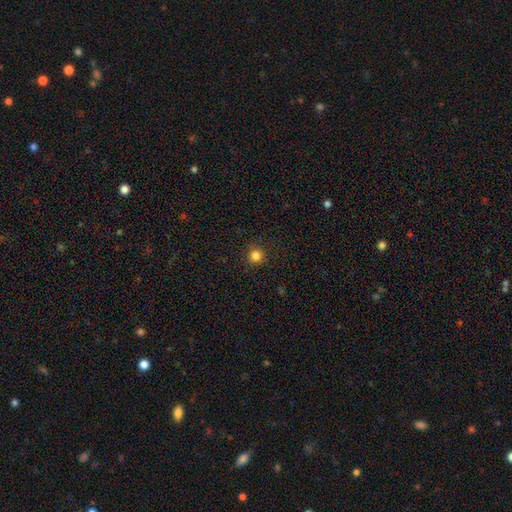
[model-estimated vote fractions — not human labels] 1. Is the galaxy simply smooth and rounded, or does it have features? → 83% smooth, 13% star or artifact, 4% featured or disk.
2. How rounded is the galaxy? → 95% round, 4% in between, 1% cigar-shaped.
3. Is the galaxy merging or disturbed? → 91% none, 6% minor disturbance, 2% major disturbance, 1% merger.